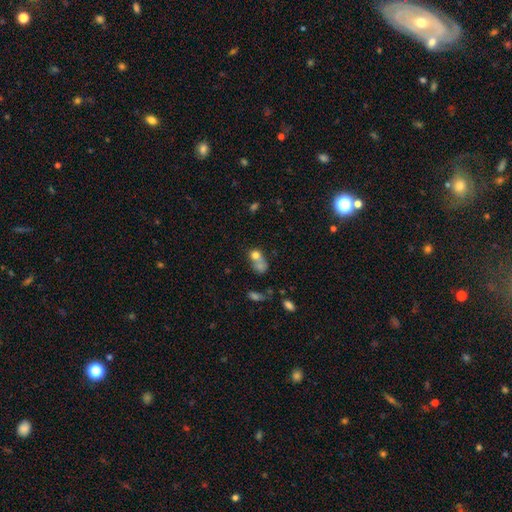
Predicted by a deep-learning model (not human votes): Q: Smooth or featured?
A: smooth (68%); runner-up: featured or disk (17%)
Q: How rounded?
A: round (61%); runner-up: in between (37%)
Q: Merging?
A: merger (54%); runner-up: none (27%)